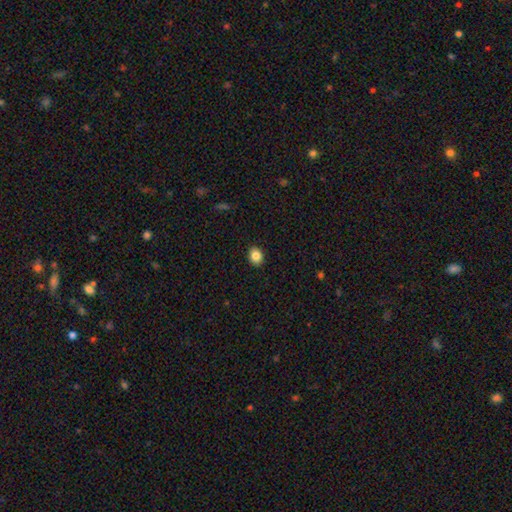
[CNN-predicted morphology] Overall: smooth (85%). How rounded: round (50%; in between 49%). Merging: none (90%).